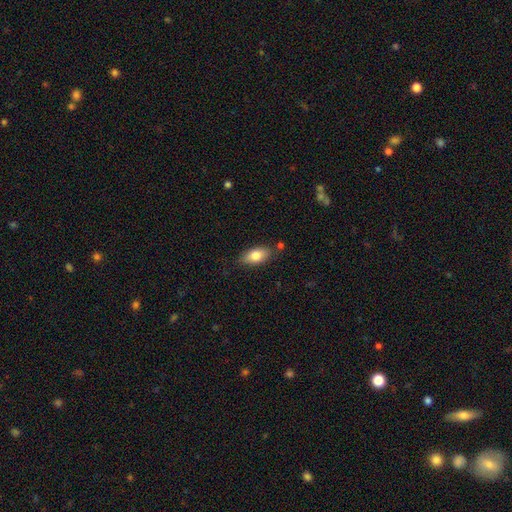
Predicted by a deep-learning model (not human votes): Overall: smooth (80%). How rounded: in between (89%). Merging: none (81%).